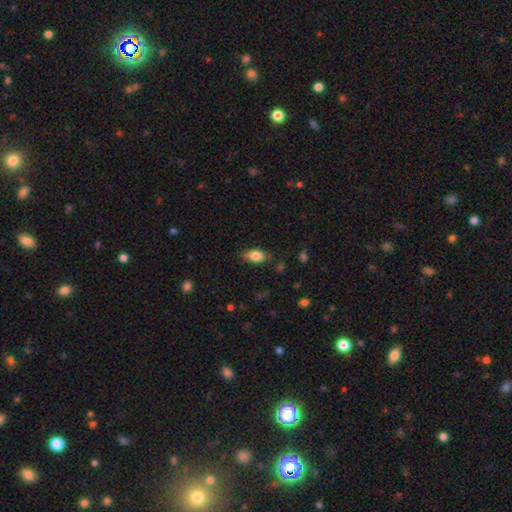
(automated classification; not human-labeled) smooth_or_featured: smooth (p=0.79) [alt: featured or disk p=0.13]
how_rounded: in between (p=0.85) [alt: round p=0.09]
merging: none (p=0.73) [alt: minor disturbance p=0.21]